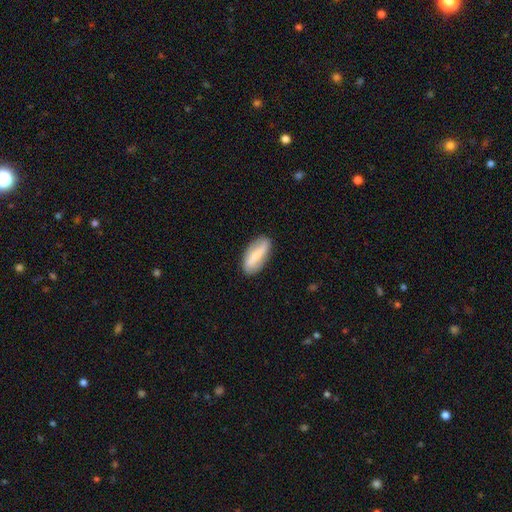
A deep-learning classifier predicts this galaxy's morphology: Smooth or featured: smooth — 56% (featured or disk — 38%)
How rounded: in between — 76% (cigar-shaped — 21%)
Merging: none — 83% (minor disturbance — 13%)